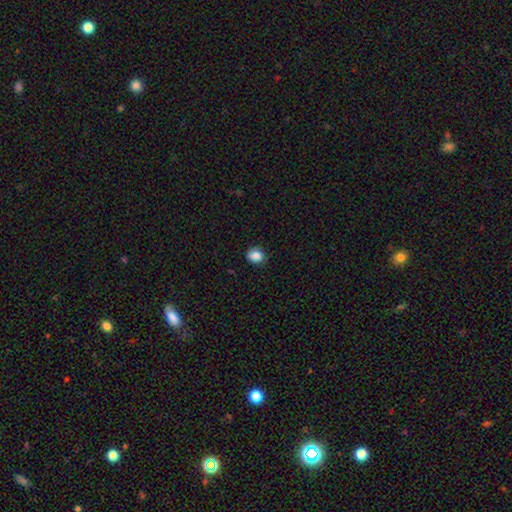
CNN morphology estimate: Smooth or featured: smooth — 84% (star or artifact — 9%)
How rounded: round — 59% (in between — 40%)
Merging: none — 83% (minor disturbance — 13%)